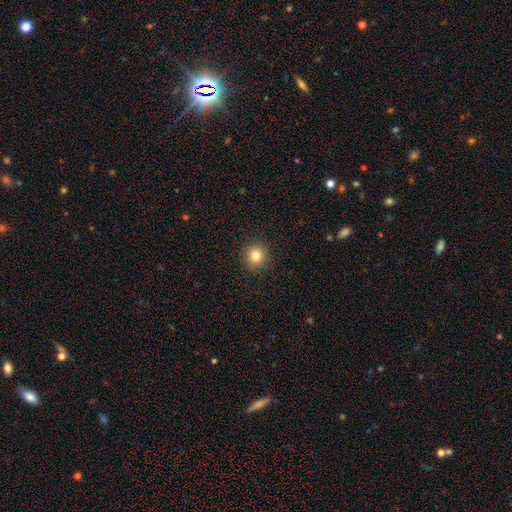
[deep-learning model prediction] This appears to be a smooth galaxy with no disk features (81%) that is round (94%). Merging: none (92%).